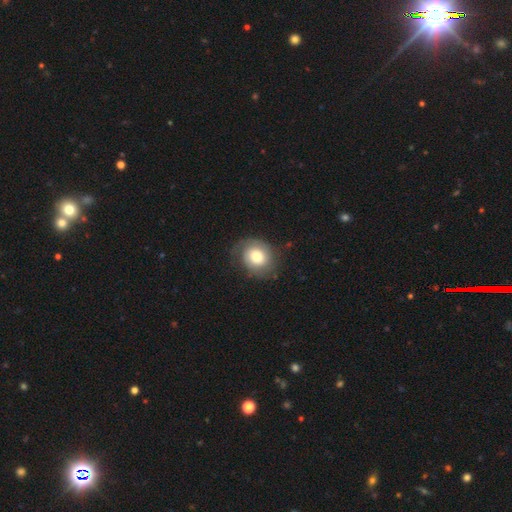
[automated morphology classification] type=smooth (54%); roundness=round (61%); merging=none (70%).